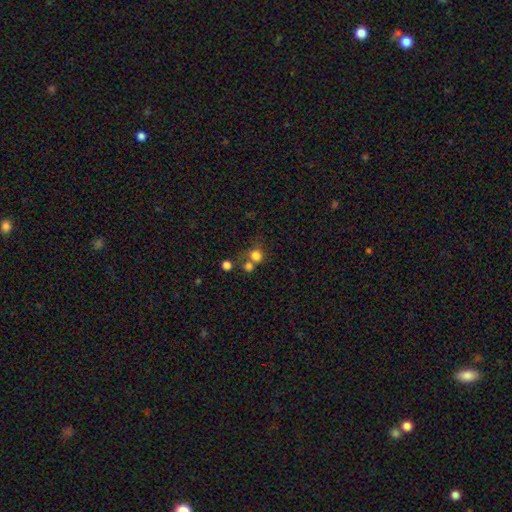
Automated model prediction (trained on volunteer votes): A smooth galaxy with no disk features (77%) that is round (81%). Merging: none (47%).